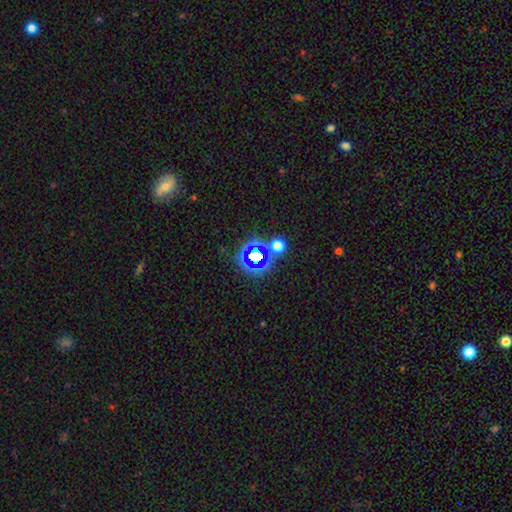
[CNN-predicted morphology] A star or artifact, not a galaxy (61%).

Vote fractions:
- Smooth or featured? star or artifact: 61% / smooth: 27% / featured or disk: 12%